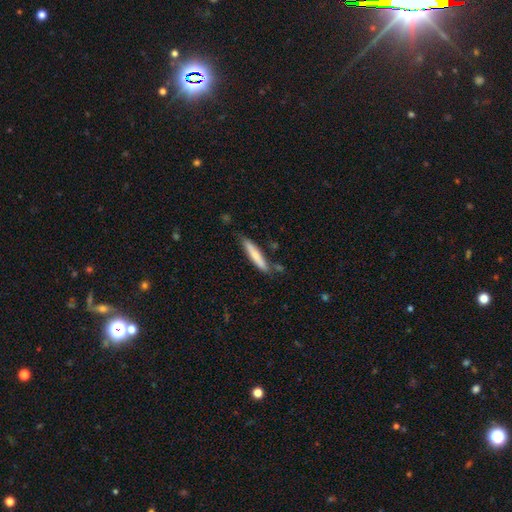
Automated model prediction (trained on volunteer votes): A smooth galaxy with no disk features (69%) that is cigar-shaped (90%).

Vote fractions:
- Smooth or featured? smooth: 69% / featured or disk: 26% / star or artifact: 6%
- How rounded? cigar-shaped: 90% / in between: 9% / round: 1%
- Merging? none: 76% / minor disturbance: 17% / merger: 5% / major disturbance: 3%